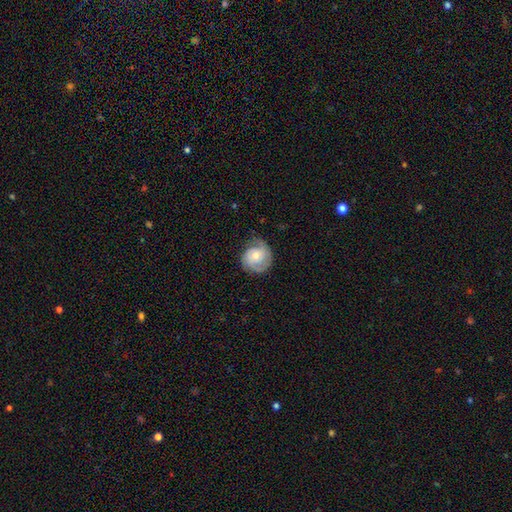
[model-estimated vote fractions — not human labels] smooth_or_featured: featured or disk (p=0.67) [alt: smooth p=0.26]
disk_edge_on: no (p=0.98) [alt: yes p=0.02]
bar: no (p=0.73) [alt: weak p=0.23]
has_spiral_arms: yes (p=0.92) [alt: no p=0.08]
spiral_winding: tight (p=0.53) [alt: medium p=0.35]
spiral_arm_count: 2 (p=0.52) [alt: can't tell p=0.17]
bulge_size: moderate (p=0.52) [alt: small p=0.43]
merging: none (p=0.66) [alt: minor disturbance p=0.24]